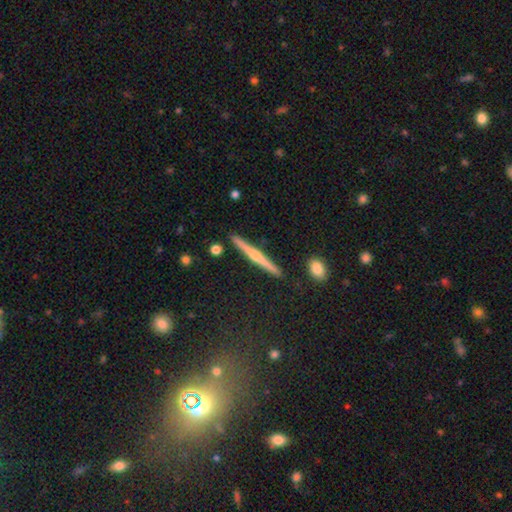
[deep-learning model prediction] Smooth or featured? Predicted: featured or disk (p=0.63). Edge-on disk? Predicted: yes (p=0.98). Edge-on bulge? Predicted: rounded (p=0.68). Merging? Predicted: none (p=0.91).